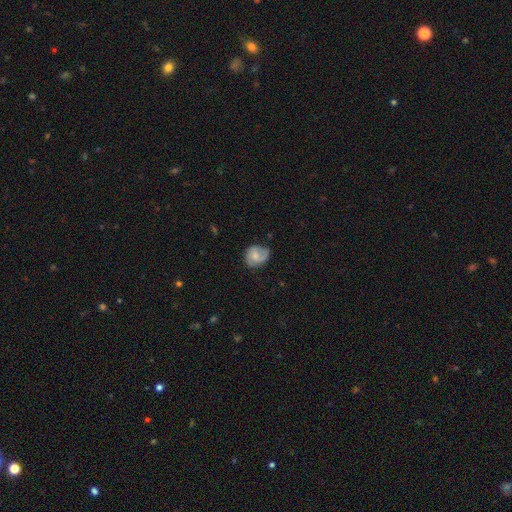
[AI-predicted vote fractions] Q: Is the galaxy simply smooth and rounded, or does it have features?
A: featured or disk — 49%.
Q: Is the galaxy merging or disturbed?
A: none — 58%.